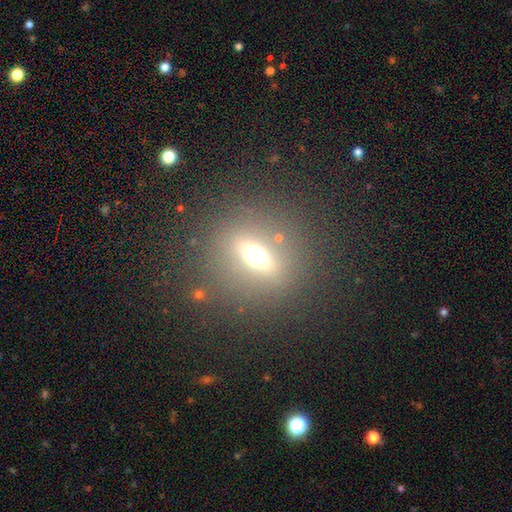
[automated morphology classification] A smooth galaxy with no disk features (51%) that is round (48%). Merging: none (79%).